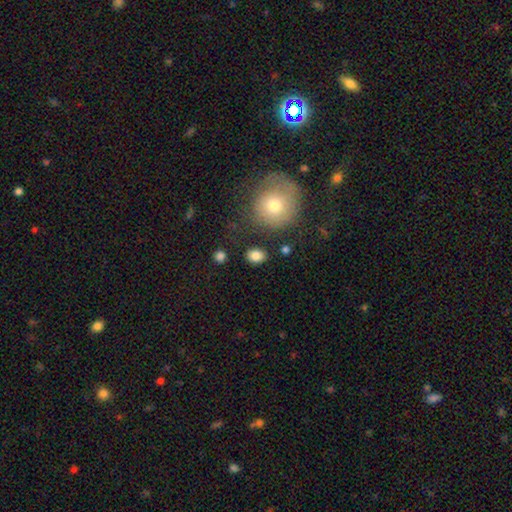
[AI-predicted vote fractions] Q: Smooth or featured?
A: smooth (84%); runner-up: star or artifact (10%)
Q: How rounded?
A: in between (64%); runner-up: round (35%)
Q: Merging?
A: none (83%); runner-up: minor disturbance (10%)